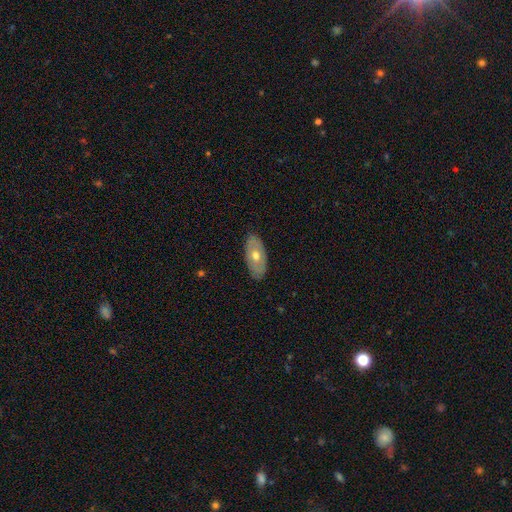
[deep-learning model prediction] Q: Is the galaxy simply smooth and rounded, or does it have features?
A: smooth — 49%.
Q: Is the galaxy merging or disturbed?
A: none — 85%.